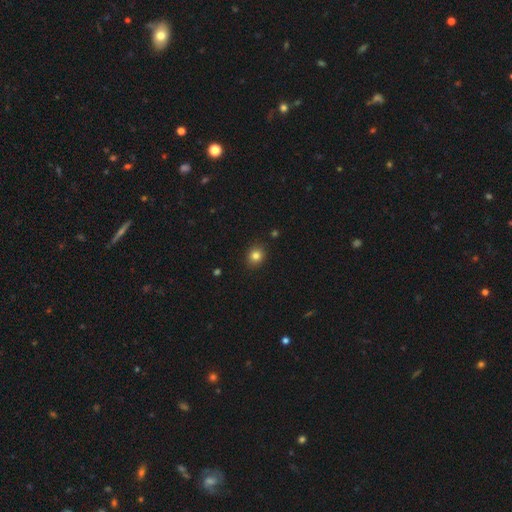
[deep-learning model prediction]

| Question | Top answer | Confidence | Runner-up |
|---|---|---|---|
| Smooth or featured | smooth | 82% | star or artifact (12%) |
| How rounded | round | 74% | in between (25%) |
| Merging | none | 89% | minor disturbance (7%) |